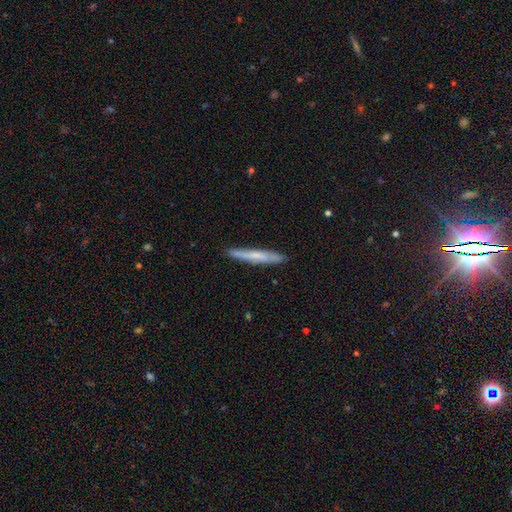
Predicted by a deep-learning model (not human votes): smooth_or_featured: smooth (p=0.56) [alt: featured or disk p=0.38]
how_rounded: cigar-shaped (p=0.95) [alt: in between p=0.03]
merging: none (p=0.87) [alt: minor disturbance p=0.10]